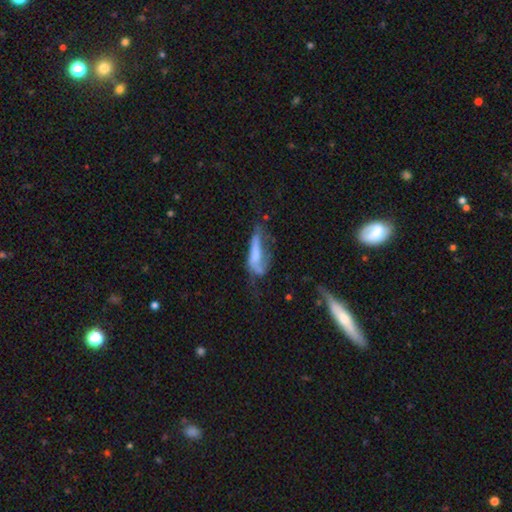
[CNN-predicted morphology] smooth 50%, featured or disk 41%, star or artifact 10%. Down the decision tree: merging — major disturbance (45%).